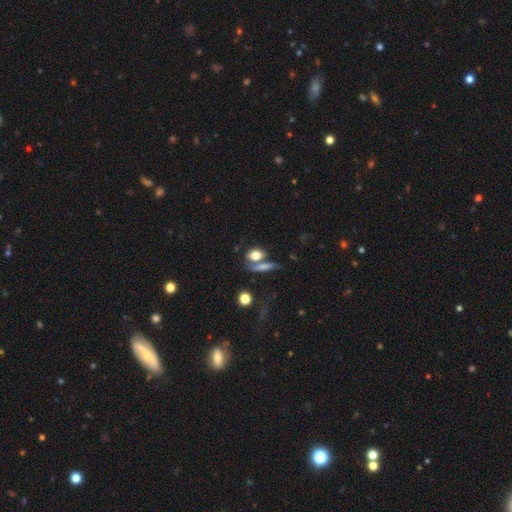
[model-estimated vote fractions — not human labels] smooth 73%, featured or disk 17%, star or artifact 10%. Down the decision tree: how rounded — in between (58%); merging — none (47%).